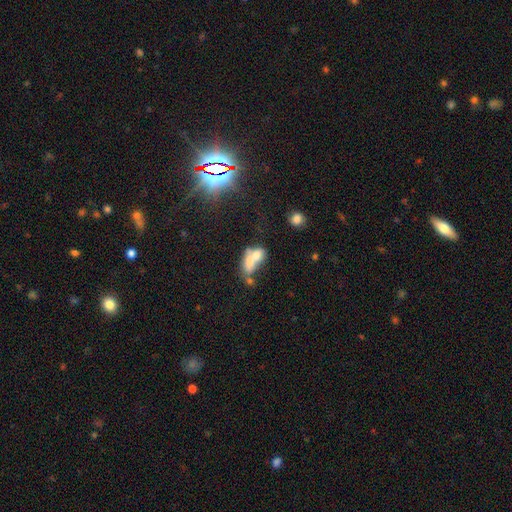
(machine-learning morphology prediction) A smooth galaxy with no disk features (60%) that is in between round and cigar-shaped (79%). Merging: merger (67%).